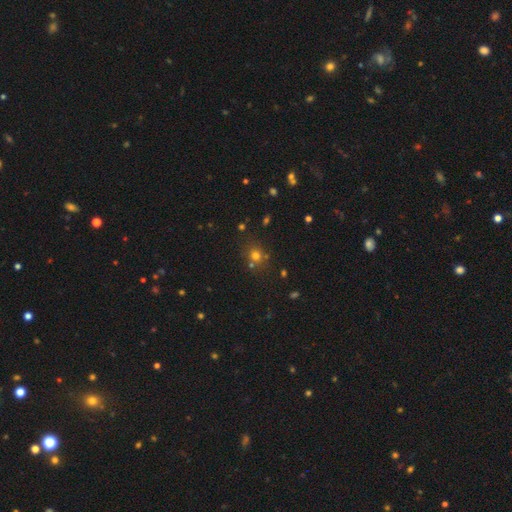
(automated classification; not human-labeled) Q: Smooth or featured?
A: smooth (67%); runner-up: star or artifact (24%)
Q: How rounded?
A: round (82%); runner-up: in between (17%)
Q: Merging?
A: none (73%); runner-up: merger (13%)